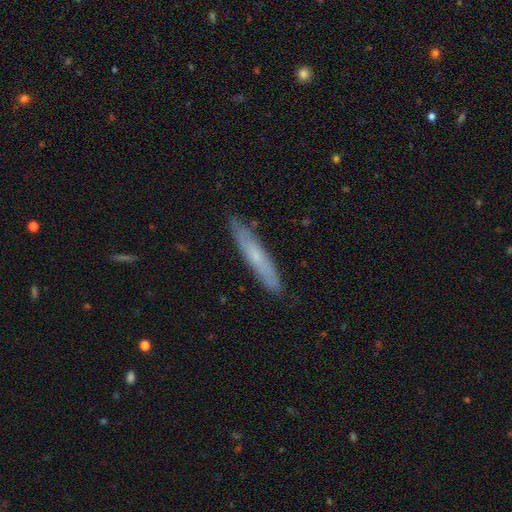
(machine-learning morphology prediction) Smooth or featured: smooth — 51% (featured or disk — 42%)
How rounded: cigar-shaped — 92% (in between — 6%)
Merging: none — 87% (minor disturbance — 11%)